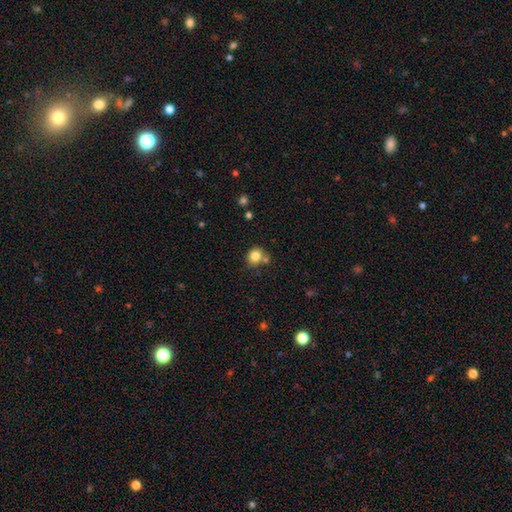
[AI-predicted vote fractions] Smooth or featured? Predicted: smooth (p=0.82). How rounded? Predicted: round (p=0.81). Merging? Predicted: none (p=0.67).